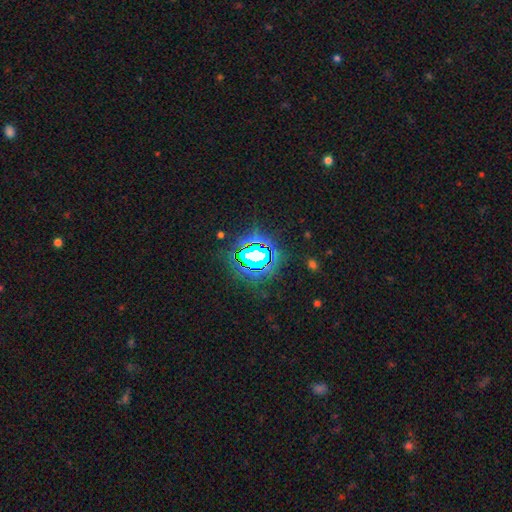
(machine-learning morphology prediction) type=star or artifact (73%).